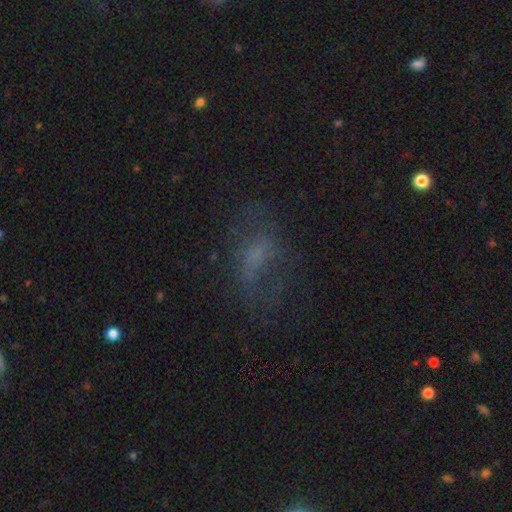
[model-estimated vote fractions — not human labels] A smooth galaxy with no disk features (41%).

Vote fractions:
- Smooth or featured? smooth: 41% / featured or disk: 38% / star or artifact: 21%
- Merging? none: 49% / major disturbance: 28% / minor disturbance: 20% / merger: 3%